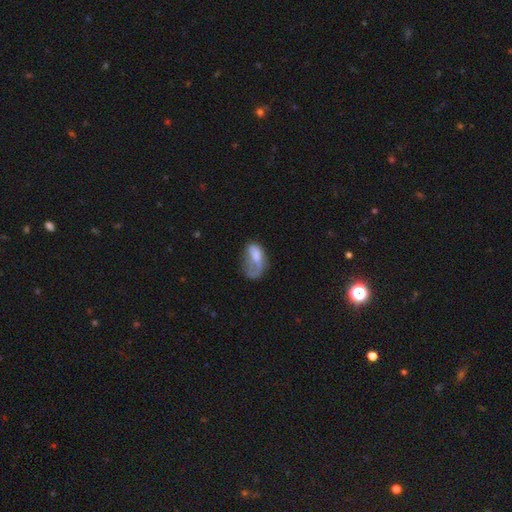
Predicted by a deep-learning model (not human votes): smooth 52%, featured or disk 39%, star or artifact 9%. Down the decision tree: how rounded — in between (89%); merging — major disturbance (51%).